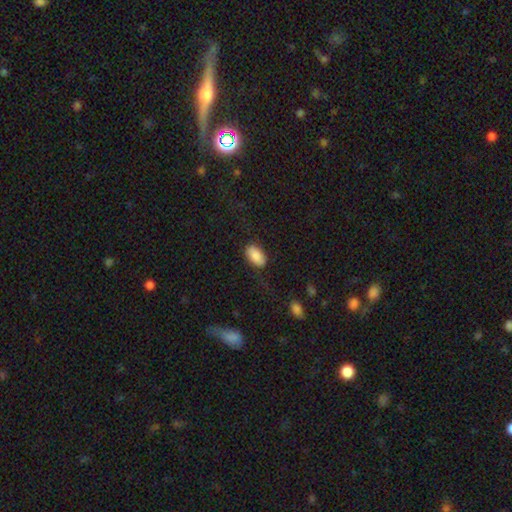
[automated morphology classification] Smooth or featured? smooth (86%)
How rounded? in between (94%)
Merging? none (76%)